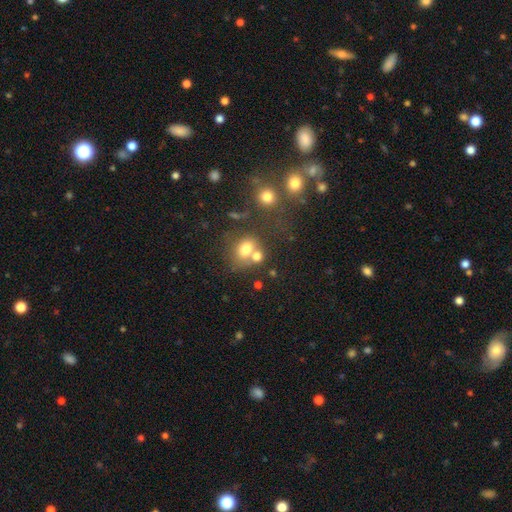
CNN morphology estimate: Smooth or featured: smooth — 61% (star or artifact — 23%)
How rounded: round — 63% (in between — 36%)
Merging: none — 50% (merger — 32%)